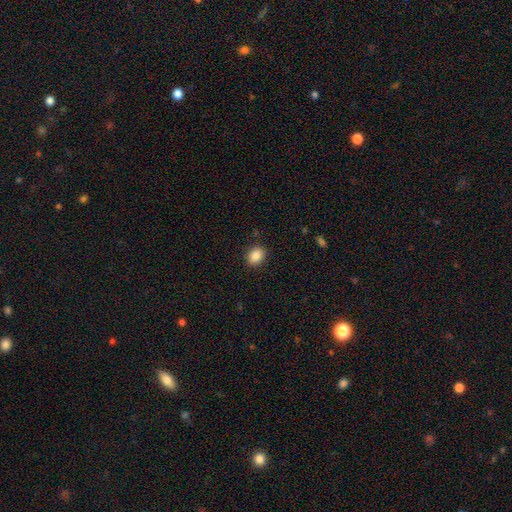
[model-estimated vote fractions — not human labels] The model was most divided on "how rounded": in between: 50%, round: 49%, cigar-shaped: 1%. More confident: merging — none (89%); smooth or featured — smooth (87%).